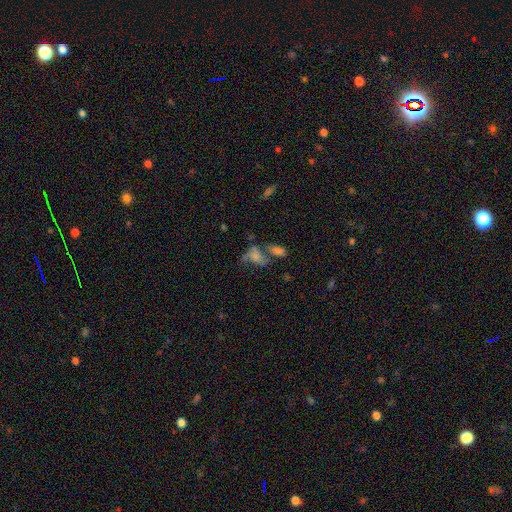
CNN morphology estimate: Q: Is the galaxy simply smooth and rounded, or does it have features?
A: smooth — 52%.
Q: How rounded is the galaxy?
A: in between — 80%.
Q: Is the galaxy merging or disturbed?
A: merger — 40%.